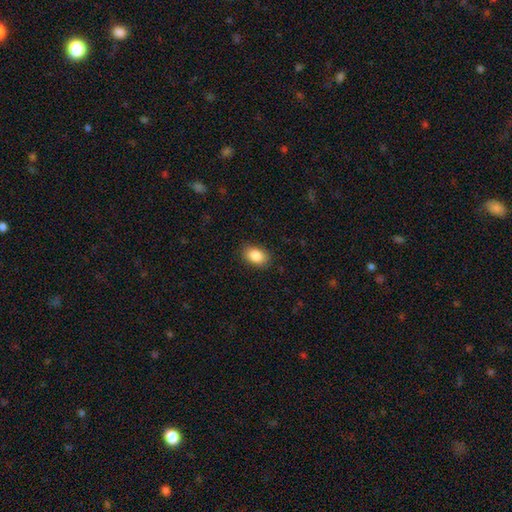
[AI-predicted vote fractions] A smooth galaxy with no disk features (87%) that is in between round and cigar-shaped (87%).

Vote fractions:
- Smooth or featured? smooth: 87% / star or artifact: 8% / featured or disk: 5%
- How rounded? in between: 87% / round: 11% / cigar-shaped: 1%
- Merging? none: 87% / minor disturbance: 10% / major disturbance: 2% / merger: 1%